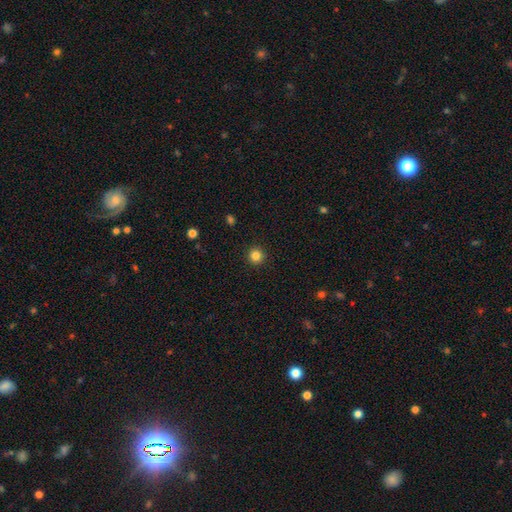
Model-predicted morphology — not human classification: Smooth or featured? Predicted: smooth (p=0.84). How rounded? Predicted: round (p=0.95). Merging? Predicted: none (p=0.93).